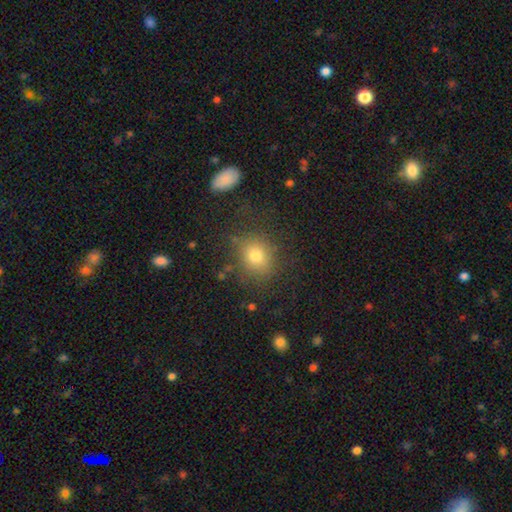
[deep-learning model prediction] smooth-or-featured: smooth: 75% | star or artifact: 15% | featured or disk: 10%
  how-rounded: round: 70% | in between: 29% | cigar-shaped: 1%
  merging: none: 79% | minor disturbance: 12% | major disturbance: 5% | merger: 3%